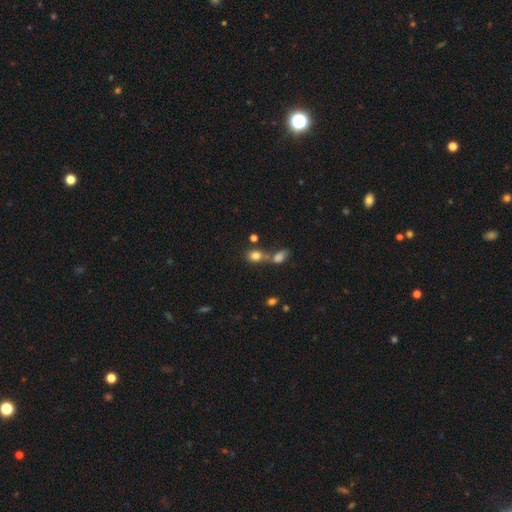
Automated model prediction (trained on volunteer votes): Morphology: type=smooth (80%); roundness=in between (53%); merging=merger (45%).